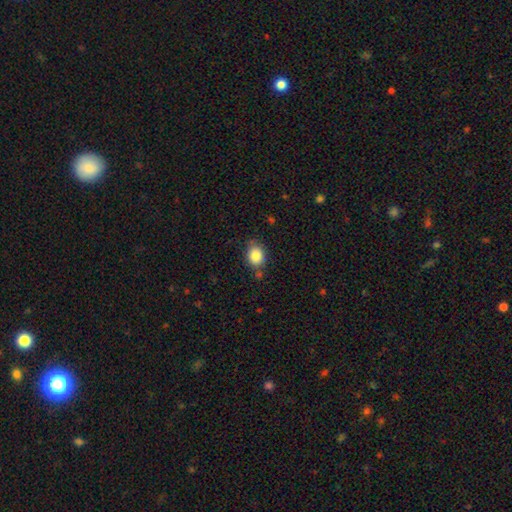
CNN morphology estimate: Q: Smooth or featured?
A: smooth (85%); runner-up: star or artifact (9%)
Q: How rounded?
A: round (50%); runner-up: in between (49%)
Q: Merging?
A: none (76%); runner-up: minor disturbance (15%)